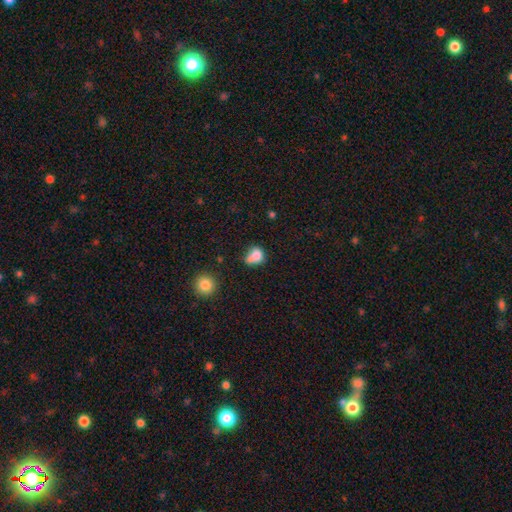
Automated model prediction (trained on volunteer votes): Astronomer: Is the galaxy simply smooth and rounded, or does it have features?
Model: smooth — 78%.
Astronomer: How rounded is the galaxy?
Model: in between — 52% (runner-up: round, 46%).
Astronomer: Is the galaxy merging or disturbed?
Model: none — 35% (runner-up: minor disturbance, 33%).